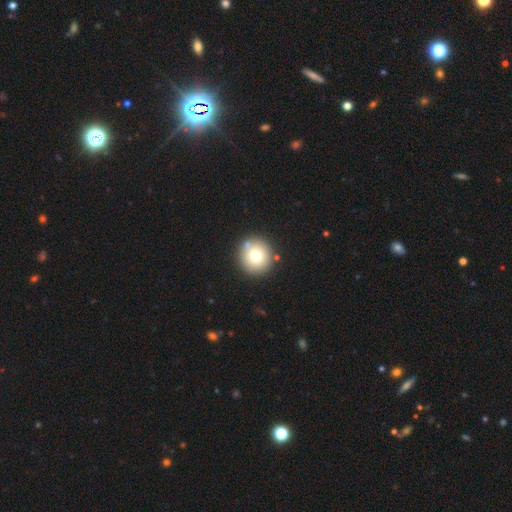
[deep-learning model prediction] Q: Smooth or featured?
A: smooth (72%); runner-up: featured or disk (16%)
Q: How rounded?
A: round (93%); runner-up: in between (6%)
Q: Merging?
A: none (84%); runner-up: minor disturbance (8%)